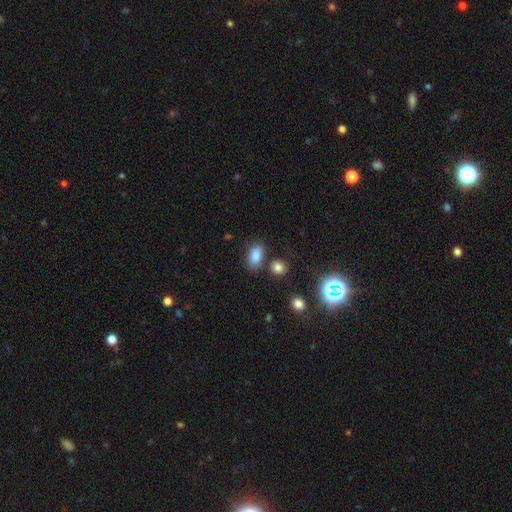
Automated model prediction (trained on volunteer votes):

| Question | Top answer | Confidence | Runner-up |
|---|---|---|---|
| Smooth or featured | smooth | 84% | star or artifact (10%) |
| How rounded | in between | 88% | round (10%) |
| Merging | none | 70% | minor disturbance (15%) |